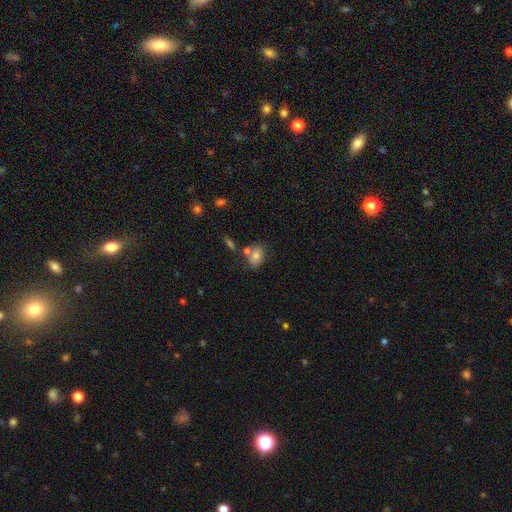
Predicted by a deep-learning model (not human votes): Overall: smooth (74%). How rounded: in between (70%). Merging: none (58%; merger 22%).